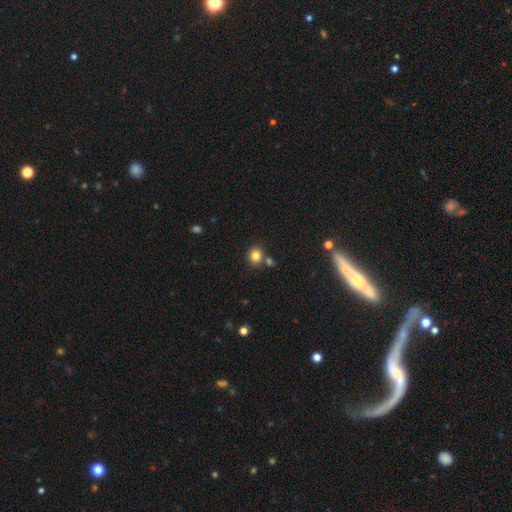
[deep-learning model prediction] Smooth or featured? Predicted: smooth (p=0.81). How rounded? Predicted: round (p=0.75). Merging? Predicted: none (p=0.74).